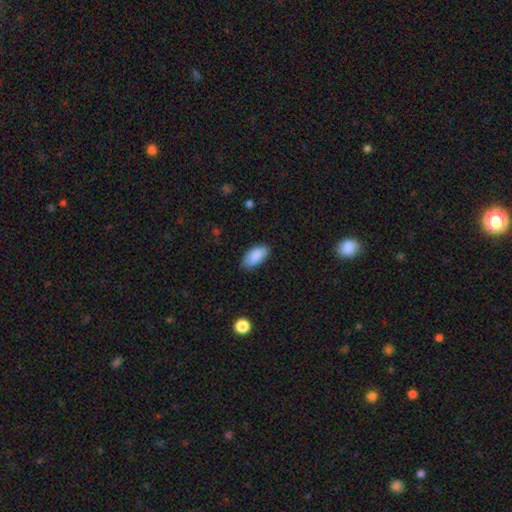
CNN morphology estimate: smooth_or_featured: smooth (p=0.90) [alt: star or artifact p=0.06]
how_rounded: in between (p=0.94) [alt: cigar-shaped p=0.04]
merging: none (p=0.83) [alt: minor disturbance p=0.14]